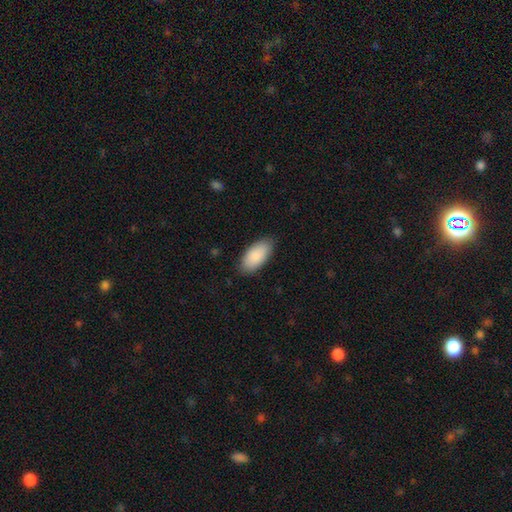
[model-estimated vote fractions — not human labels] Smooth or featured? Predicted: smooth (p=0.89). How rounded? Predicted: in between (p=0.94). Merging? Predicted: none (p=0.84).